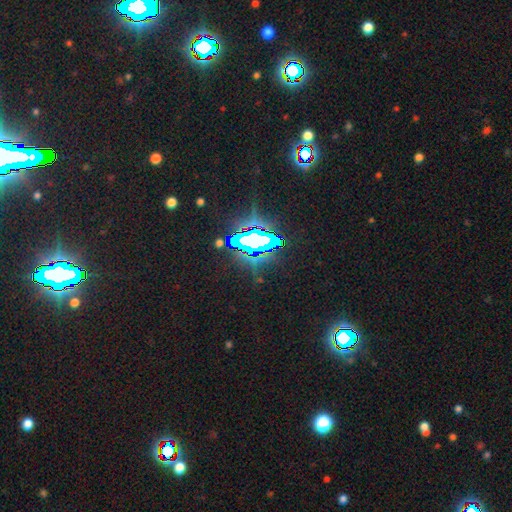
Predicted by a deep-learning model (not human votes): smooth_or_featured: star or artifact (p=0.78) [alt: smooth p=0.12]